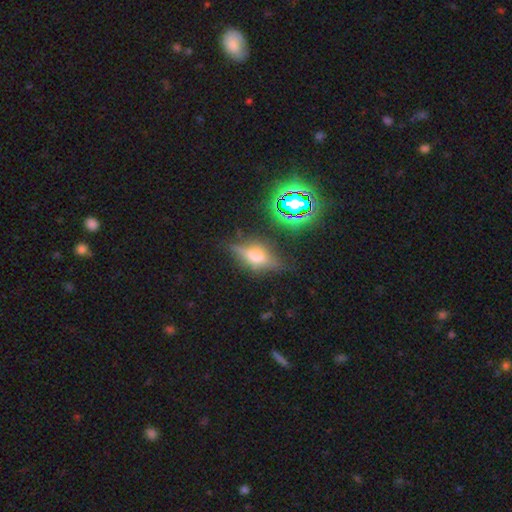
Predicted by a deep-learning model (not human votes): The model was most divided on "smooth or featured": featured or disk: 58%, smooth: 24%, star or artifact: 18%. More confident: edge-on disk — yes (89%); edge-on bulge — rounded (86%); merging — none (75%).